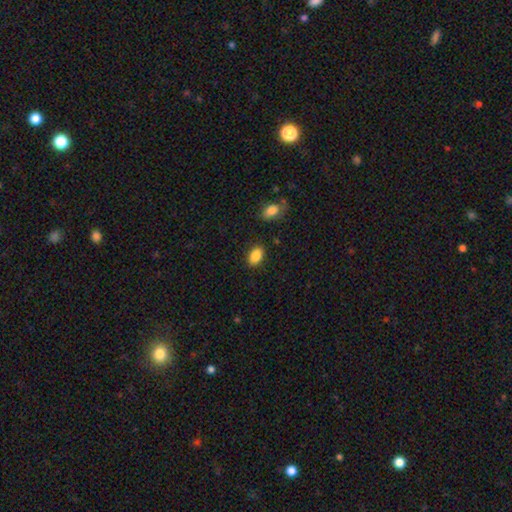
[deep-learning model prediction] Morphology: type=smooth (87%); roundness=in between (86%); merging=none (86%).